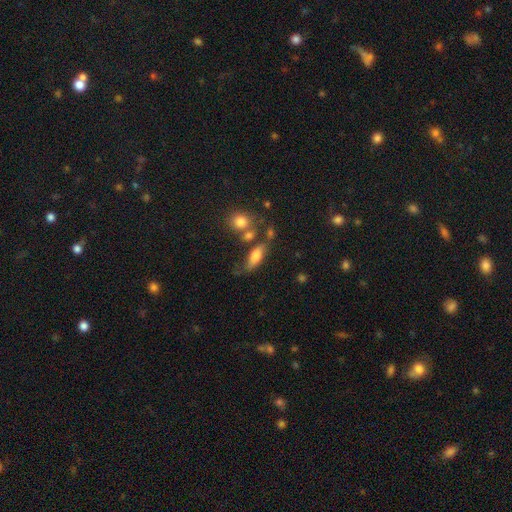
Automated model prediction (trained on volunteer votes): Smooth or featured: smooth — 69% (featured or disk — 22%)
How rounded: in between — 74% (cigar-shaped — 21%)
Merging: none — 51% (minor disturbance — 21%)